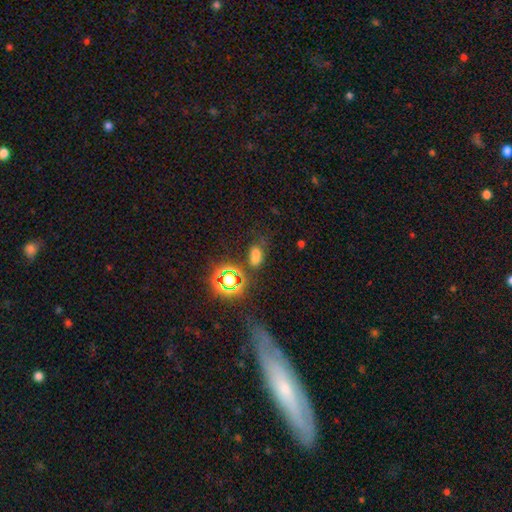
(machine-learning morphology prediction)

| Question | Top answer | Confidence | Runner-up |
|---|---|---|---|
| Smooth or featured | smooth | 62% | star or artifact (30%) |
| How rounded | in between | 82% | round (12%) |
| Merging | none | 65% | minor disturbance (18%) |